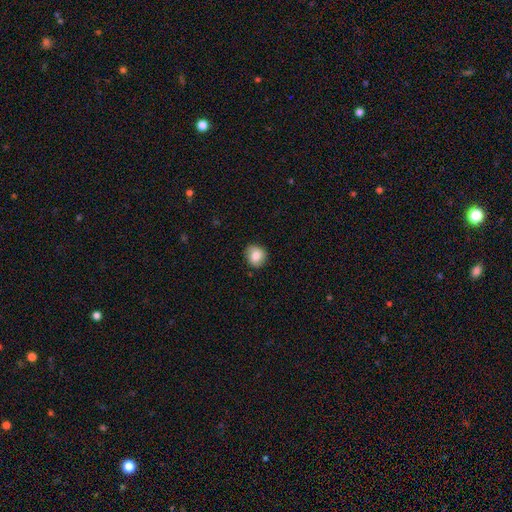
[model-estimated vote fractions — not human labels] Overall: smooth (80%). How rounded: round (84%). Merging: none (83%).